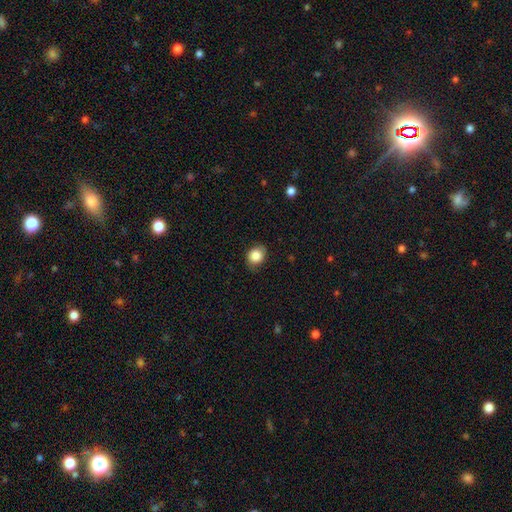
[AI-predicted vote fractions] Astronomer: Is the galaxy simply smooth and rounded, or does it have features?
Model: smooth — 85%.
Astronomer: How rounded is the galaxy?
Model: round — 60% (runner-up: in between, 39%).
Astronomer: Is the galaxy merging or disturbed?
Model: none — 78%.